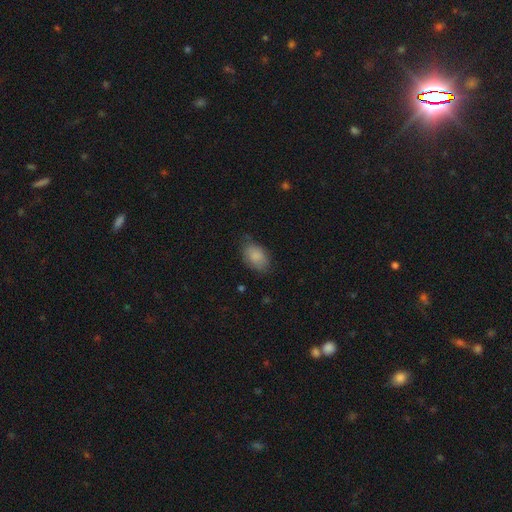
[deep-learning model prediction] Smooth or featured?
  - smooth: 86% *
  - featured or disk: 7%
  - star or artifact: 7%
How rounded?
  - in between: 90% *
  - round: 9%
  - cigar-shaped: 1%
Merging?
  - none: 73% *
  - minor disturbance: 21%
  - major disturbance: 5%
  - merger: 1%